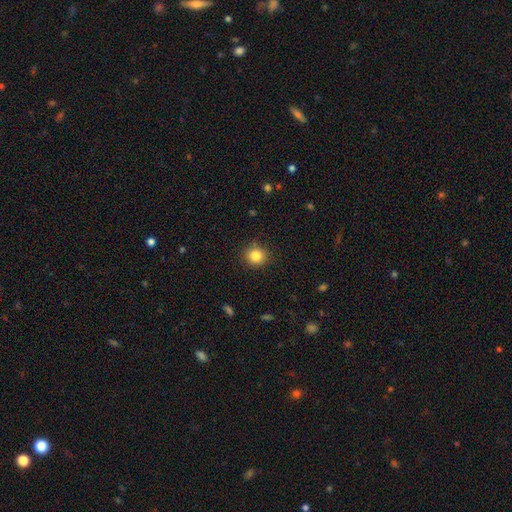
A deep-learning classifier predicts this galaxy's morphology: smooth_or_featured: smooth (p=0.84) [alt: star or artifact p=0.11]
how_rounded: round (p=0.89) [alt: in between p=0.10]
merging: none (p=0.89) [alt: minor disturbance p=0.08]